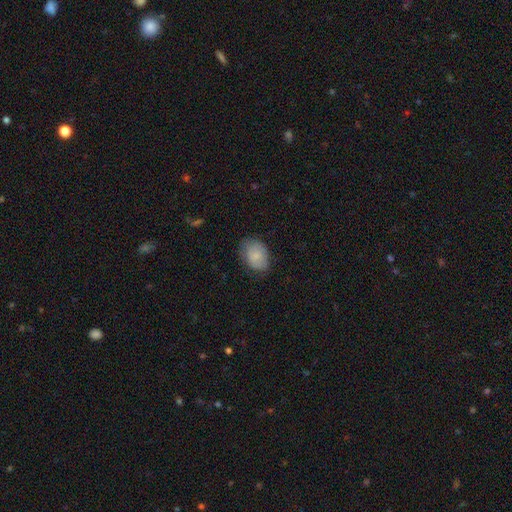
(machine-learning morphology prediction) Smooth or featured? smooth (75%)
How rounded? in between (76%)
Merging? none (67%)